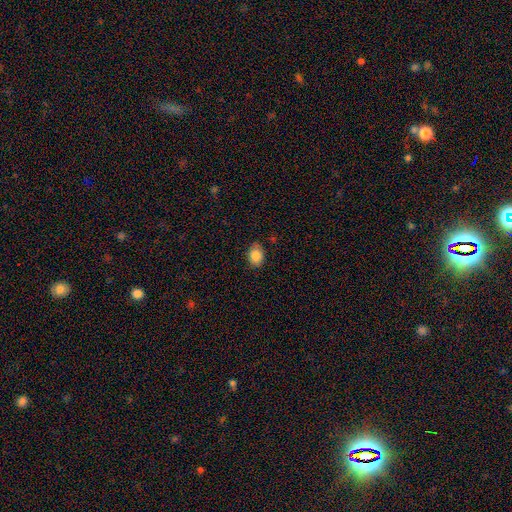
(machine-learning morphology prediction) Smooth or featured?
  - smooth: 86% *
  - star or artifact: 8%
  - featured or disk: 6%
How rounded?
  - in between: 67% *
  - round: 32%
  - cigar-shaped: 1%
Merging?
  - none: 81% *
  - minor disturbance: 15%
  - major disturbance: 3%
  - merger: 1%